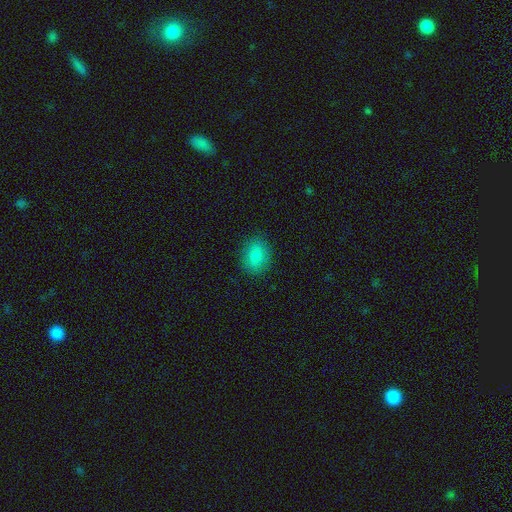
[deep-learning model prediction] Smooth or featured?
  - smooth: 85% *
  - star or artifact: 9%
  - featured or disk: 6%
How rounded?
  - in between: 58% *
  - round: 40%
  - cigar-shaped: 1%
Merging?
  - none: 86% *
  - minor disturbance: 10%
  - major disturbance: 3%
  - merger: 1%